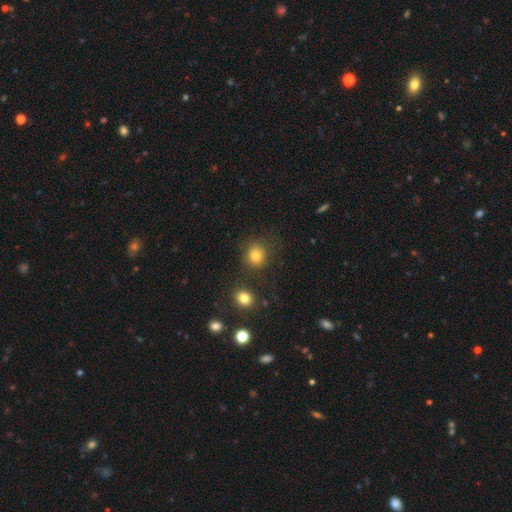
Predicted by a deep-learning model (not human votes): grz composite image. It shows a smooth galaxy with no disk features (80%) that is round (83%). Merging: none (78%).